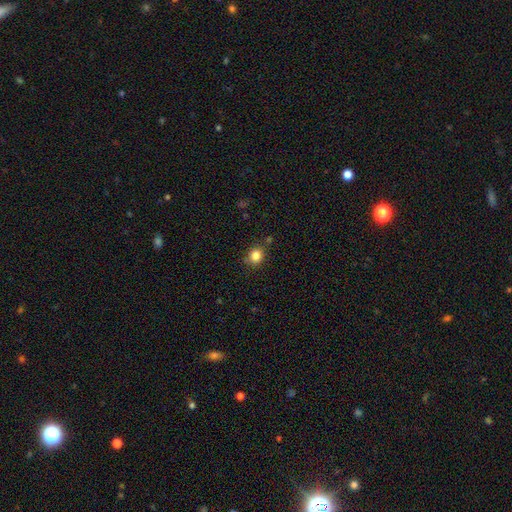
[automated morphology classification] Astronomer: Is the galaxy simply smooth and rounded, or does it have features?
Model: smooth — 84%.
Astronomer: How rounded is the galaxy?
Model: round — 74%.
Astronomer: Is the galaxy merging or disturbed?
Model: none — 79%.